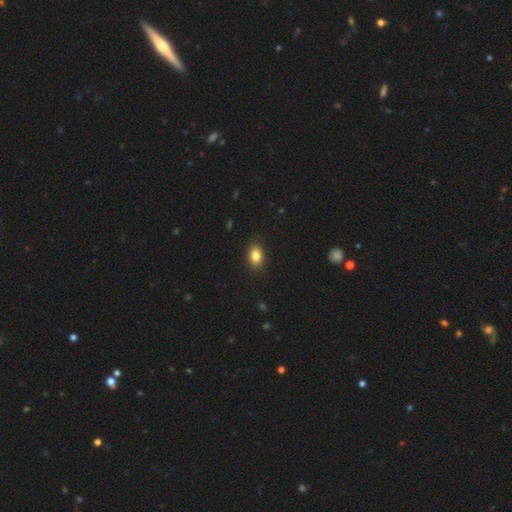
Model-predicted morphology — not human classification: smooth 84%, star or artifact 9%, featured or disk 7%. Down the decision tree: how rounded — in between (82%); merging — none (88%).